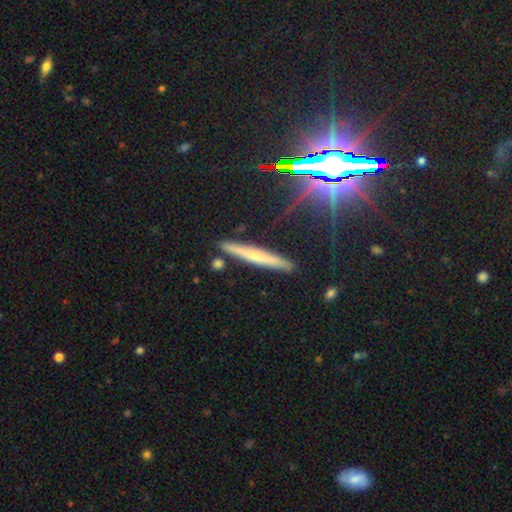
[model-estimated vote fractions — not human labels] Smooth or featured?
  - smooth: 44% *
  - featured or disk: 43%
  - star or artifact: 13%
Merging?
  - none: 87% *
  - minor disturbance: 9%
  - merger: 3%
  - major disturbance: 2%